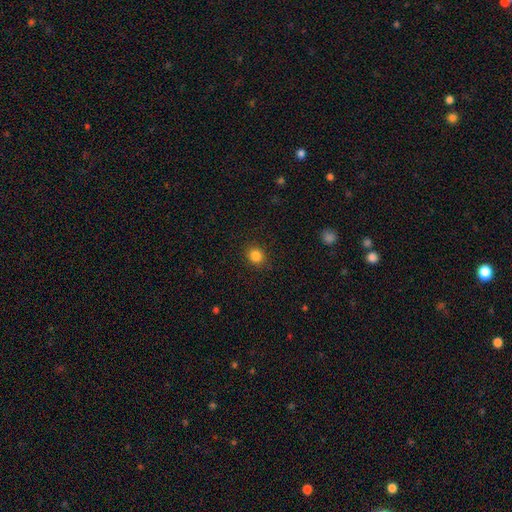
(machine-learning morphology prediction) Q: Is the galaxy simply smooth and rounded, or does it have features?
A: smooth — 85%.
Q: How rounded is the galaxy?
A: round — 81%.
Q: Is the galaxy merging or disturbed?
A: none — 90%.